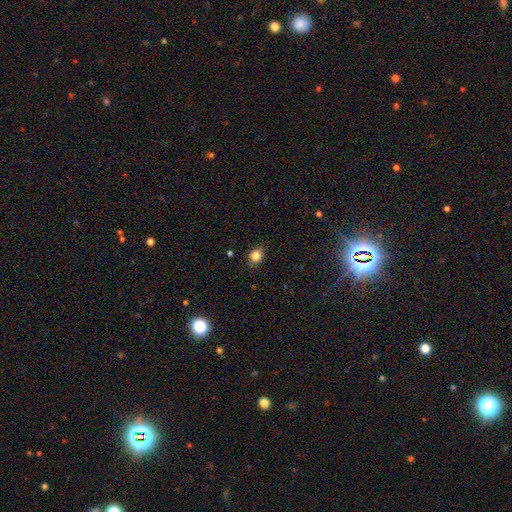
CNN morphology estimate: Smooth or featured? smooth (84%)
How rounded? round (57%)
Merging? none (85%)